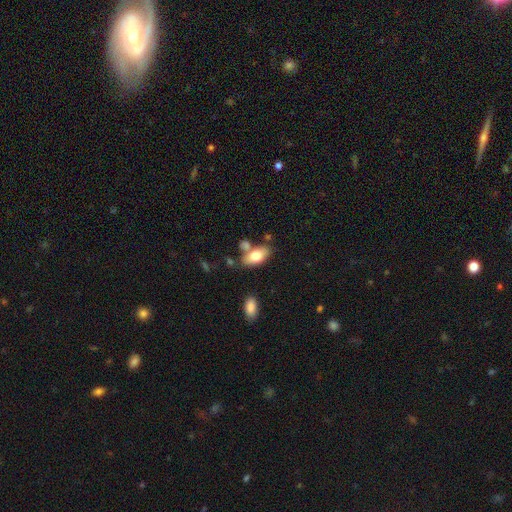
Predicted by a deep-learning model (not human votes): This is likely a smooth galaxy (77%). How rounded: clearly in between (92%). Merging: likely none (63%).